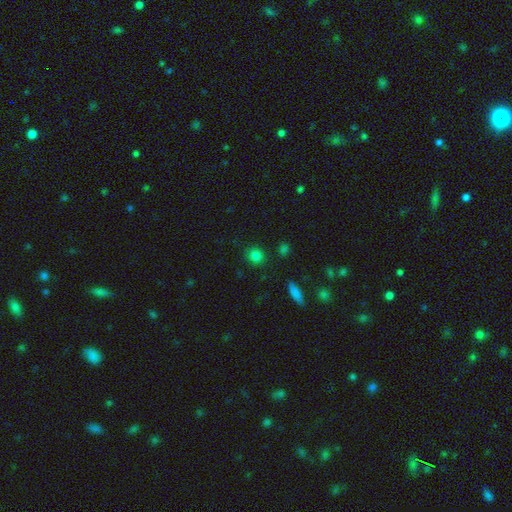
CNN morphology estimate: type=smooth (82%); roundness=round (85%); merging=none (86%).